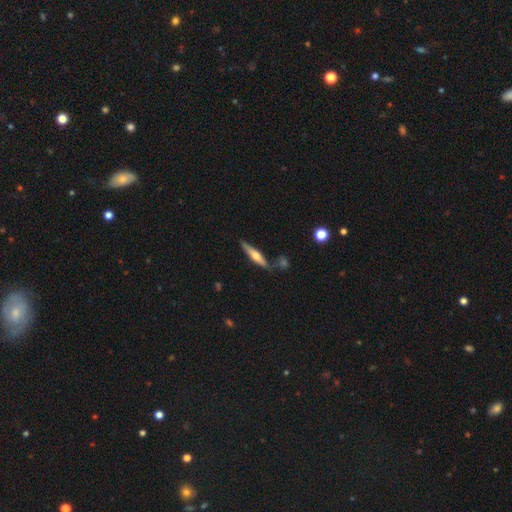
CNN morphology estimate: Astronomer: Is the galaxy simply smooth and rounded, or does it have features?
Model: featured or disk — 51% (runner-up: smooth, 44%).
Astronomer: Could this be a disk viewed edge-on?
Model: yes — 94%.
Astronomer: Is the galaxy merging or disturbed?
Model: none — 74%.